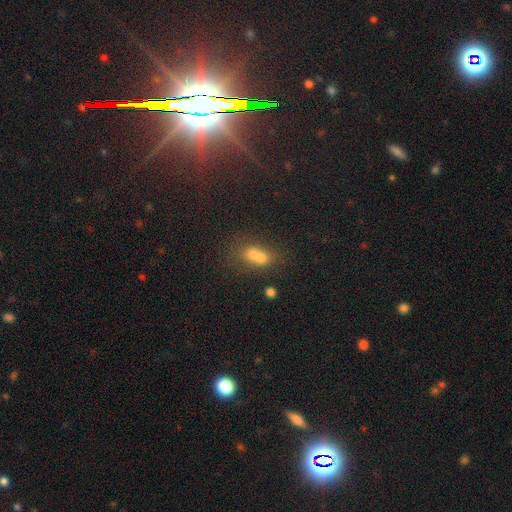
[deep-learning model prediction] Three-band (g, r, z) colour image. It shows a smooth galaxy with no disk features (60%) that is round (58%). Merging: merger (66%).